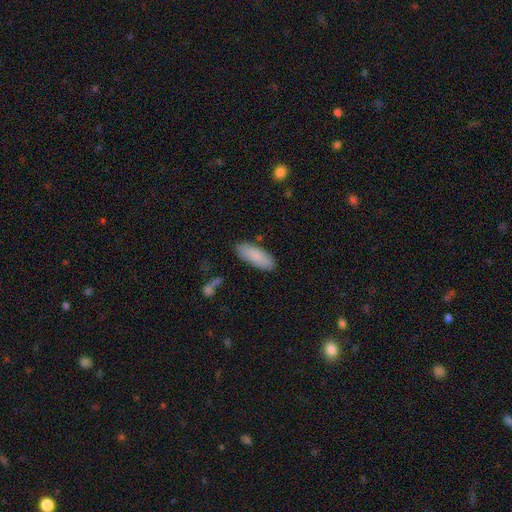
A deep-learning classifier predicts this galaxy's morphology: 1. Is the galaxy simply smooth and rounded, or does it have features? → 85% smooth, 9% featured or disk, 6% star or artifact.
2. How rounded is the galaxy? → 71% in between, 28% cigar-shaped, 2% round.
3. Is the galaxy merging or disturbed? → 86% none, 10% minor disturbance, 2% major disturbance, 2% merger.